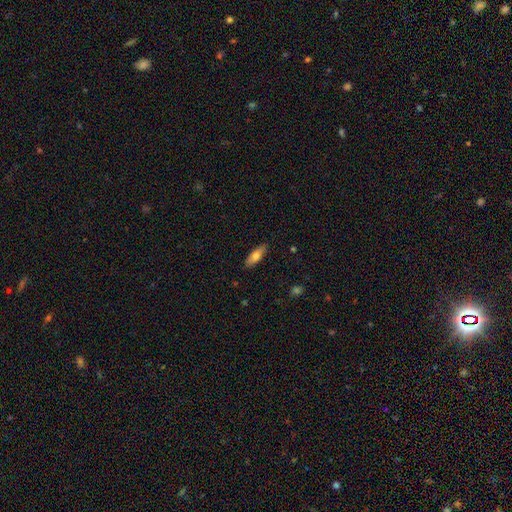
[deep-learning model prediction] Smooth or featured? Predicted: smooth (p=0.72). How rounded? Predicted: in between (p=0.62). Merging? Predicted: none (p=0.88).